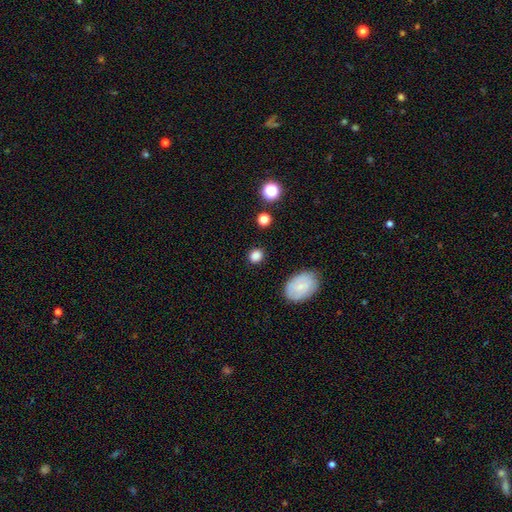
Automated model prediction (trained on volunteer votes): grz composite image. It shows a smooth galaxy with no disk features (83%) that is round (72%). Merging: none (84%).